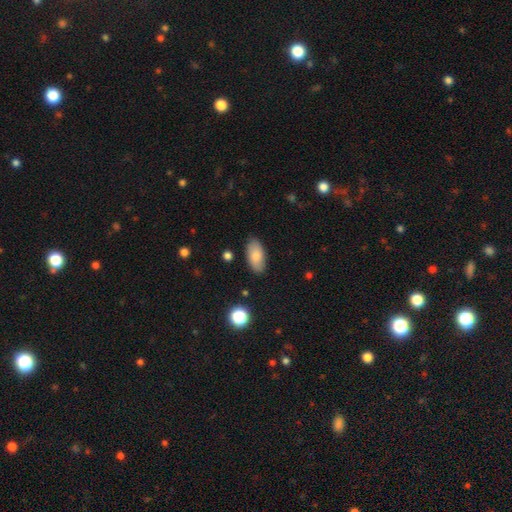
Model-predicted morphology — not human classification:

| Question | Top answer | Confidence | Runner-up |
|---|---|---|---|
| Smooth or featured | smooth | 80% | featured or disk (12%) |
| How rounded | in between | 92% | cigar-shaped (5%) |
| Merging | none | 85% | minor disturbance (11%) |